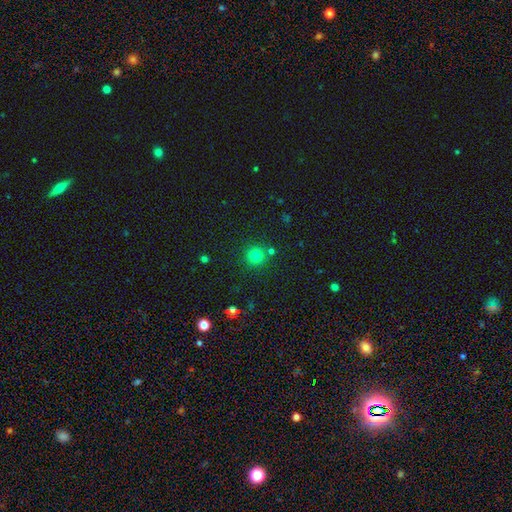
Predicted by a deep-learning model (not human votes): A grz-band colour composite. It shows a smooth galaxy with no disk features (80%) that is round (94%). Merging: none (83%).